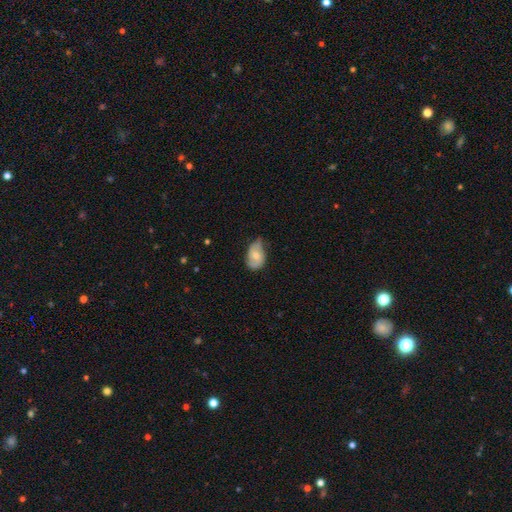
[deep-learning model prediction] smooth-or-featured: smooth: 58% | featured or disk: 35% | star or artifact: 7%
  how-rounded: in between: 87% | round: 11% | cigar-shaped: 2%
  merging: none: 48% | minor disturbance: 42% | major disturbance: 9% | merger: 2%